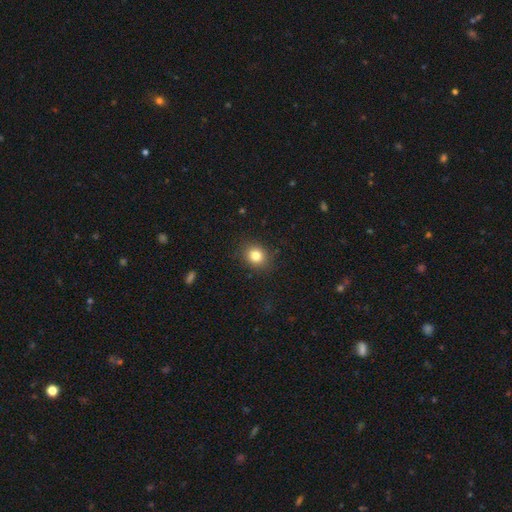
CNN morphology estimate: Smooth or featured? Predicted: smooth (p=0.82). How rounded? Predicted: round (p=0.72). Merging? Predicted: none (p=0.87).